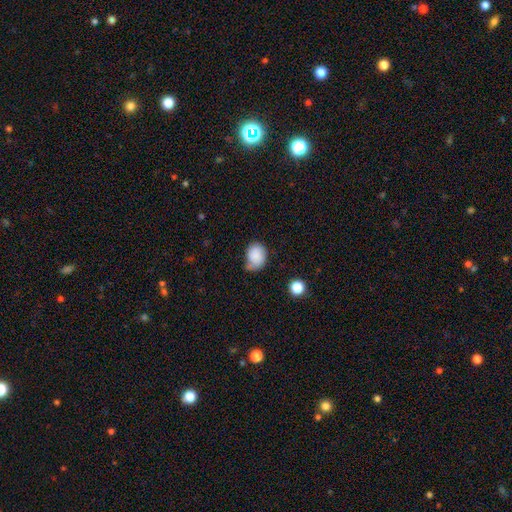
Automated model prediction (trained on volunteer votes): Morphology: type=smooth (84%); roundness=in between (50%); merging=none (43%).